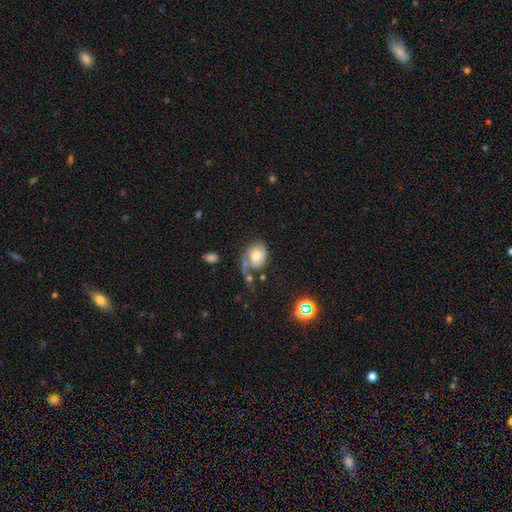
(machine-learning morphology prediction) type=smooth (53%); roundness=in between (55%); merging=none (38%).